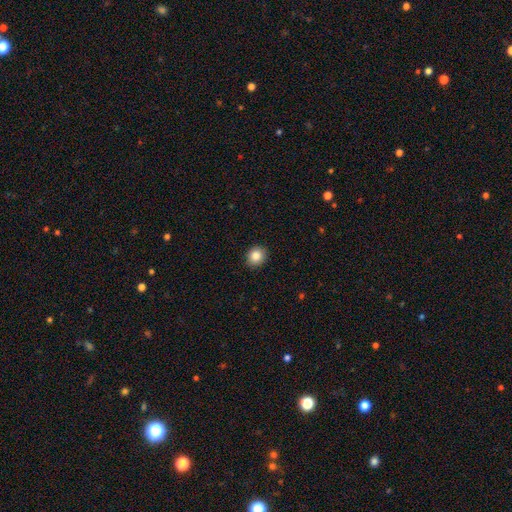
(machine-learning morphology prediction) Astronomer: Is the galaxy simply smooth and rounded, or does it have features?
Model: smooth — 85%.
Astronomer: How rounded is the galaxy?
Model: round — 79%.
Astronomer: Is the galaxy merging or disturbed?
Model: none — 91%.